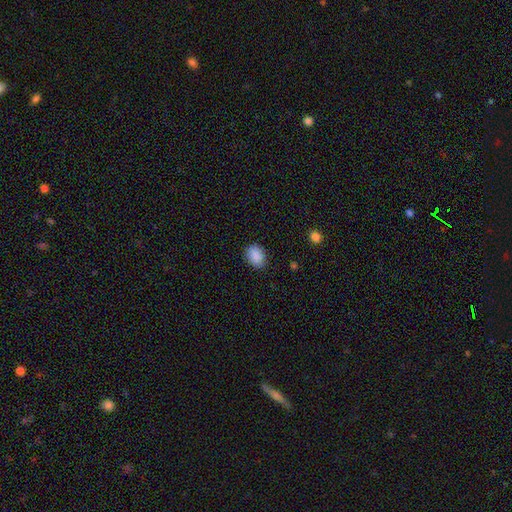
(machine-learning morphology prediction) smooth 89%, star or artifact 8%, featured or disk 3%. Down the decision tree: how rounded — in between (70%); merging — none (83%).